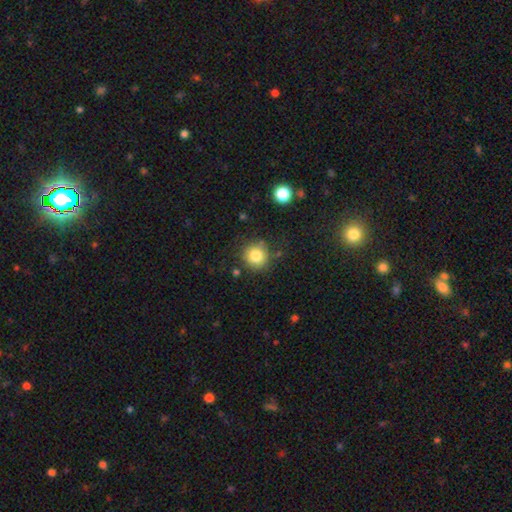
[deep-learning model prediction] smooth-or-featured: smooth: 82% | star or artifact: 11% | featured or disk: 7%
  how-rounded: round: 92% | in between: 7% | cigar-shaped: 1%
  merging: none: 83% | minor disturbance: 10% | merger: 3% | major disturbance: 3%